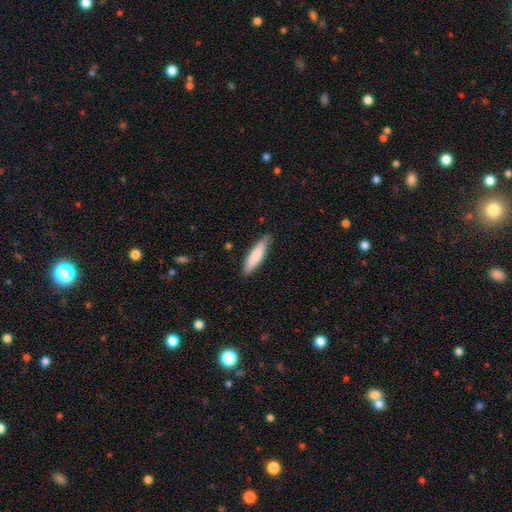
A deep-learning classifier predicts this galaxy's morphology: This appears to be a smooth galaxy with no disk features (78%) that is cigar-shaped (75%). Merging: none (84%).